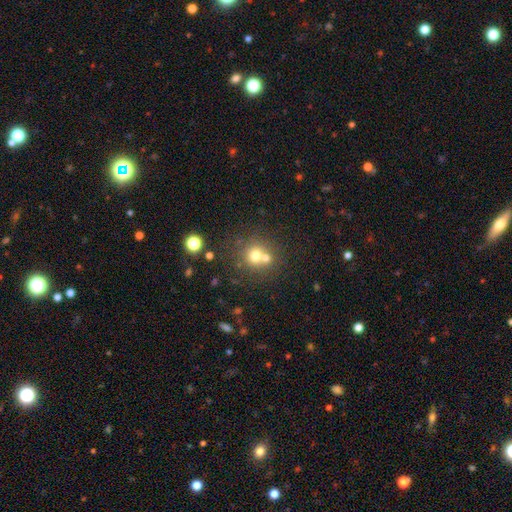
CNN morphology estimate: type=smooth (69%); roundness=round (88%); merging=none (50%).